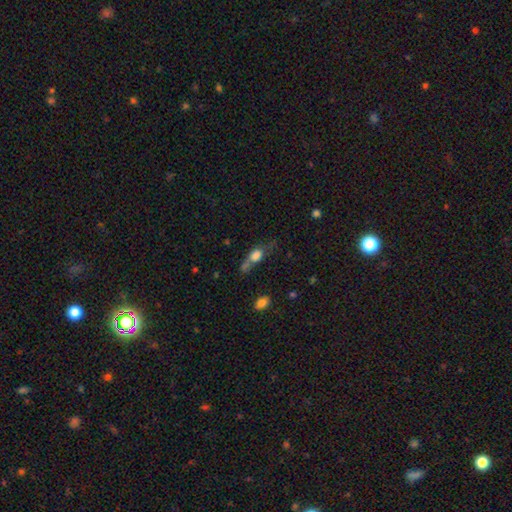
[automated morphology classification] Smooth or featured?
  - smooth: 68% *
  - featured or disk: 20%
  - star or artifact: 12%
How rounded?
  - in between: 60% *
  - round: 24%
  - cigar-shaped: 16%
Merging?
  - none: 30% *
  - merger: 28%
  - major disturbance: 21%
  - minor disturbance: 20%